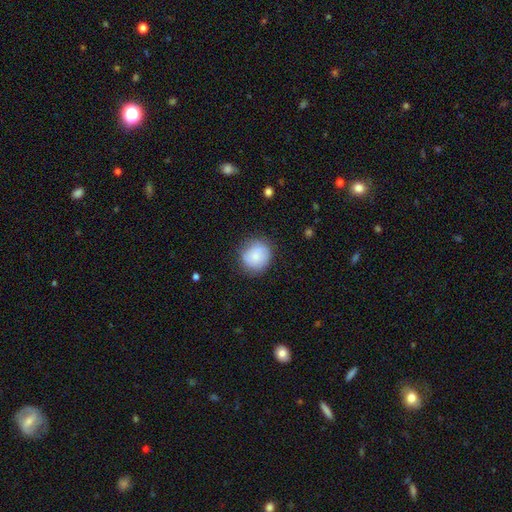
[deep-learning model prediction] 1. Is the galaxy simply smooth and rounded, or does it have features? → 77% smooth, 16% featured or disk, 7% star or artifact.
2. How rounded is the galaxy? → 84% round, 15% in between, 1% cigar-shaped.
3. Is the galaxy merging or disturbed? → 78% none, 16% minor disturbance, 5% major disturbance, 1% merger.